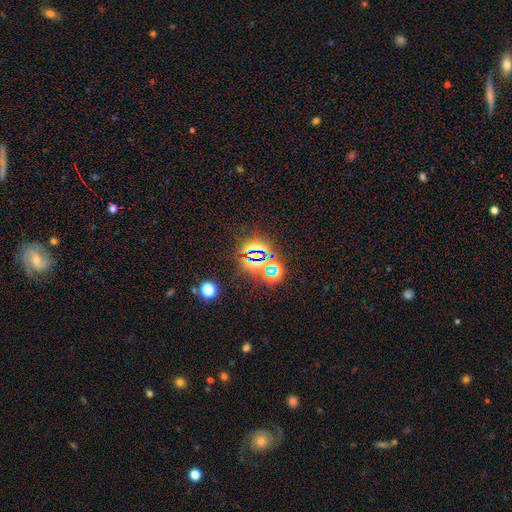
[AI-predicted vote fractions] Smooth or featured? Predicted: star or artifact (p=0.77).